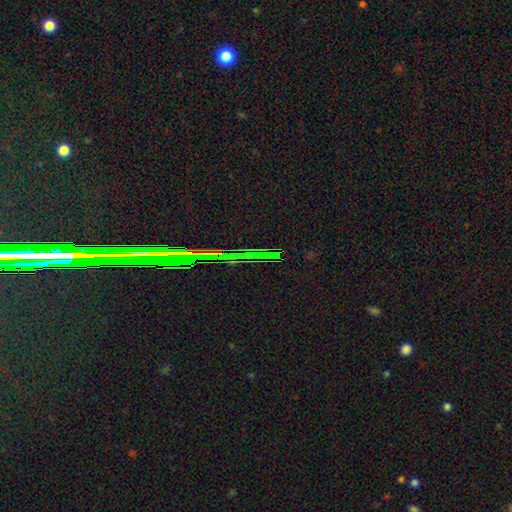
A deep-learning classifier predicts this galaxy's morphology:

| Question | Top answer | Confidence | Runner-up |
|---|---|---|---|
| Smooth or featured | star or artifact | 78% | featured or disk (12%) |